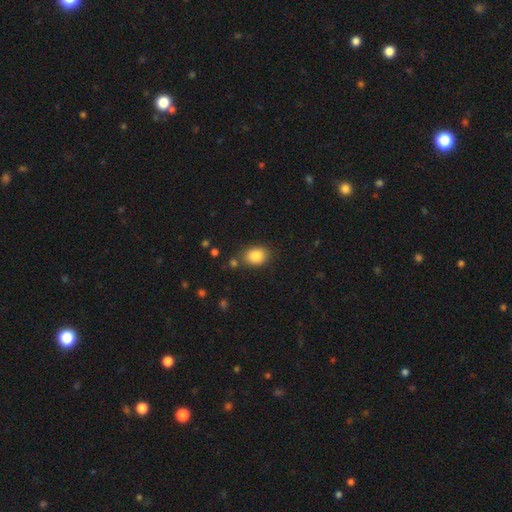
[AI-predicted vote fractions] smooth 86%, star or artifact 9%, featured or disk 5%. Down the decision tree: how rounded — in between (59%); merging — none (79%).